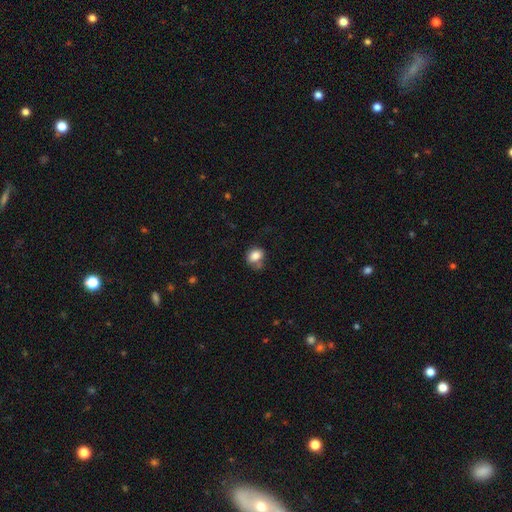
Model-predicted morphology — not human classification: smooth_or_featured: smooth (p=0.82) [alt: star or artifact p=0.10]
how_rounded: round (p=0.52) [alt: in between p=0.47]
merging: none (p=0.54) [alt: minor disturbance p=0.26]